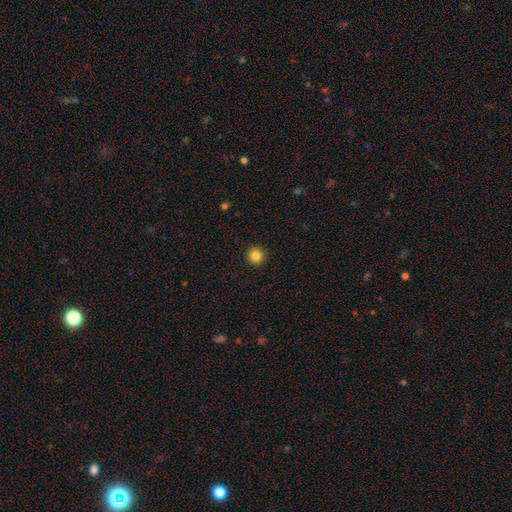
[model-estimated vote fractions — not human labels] Smooth or featured? Predicted: smooth (p=0.85). How rounded? Predicted: round (p=0.96). Merging? Predicted: none (p=0.93).